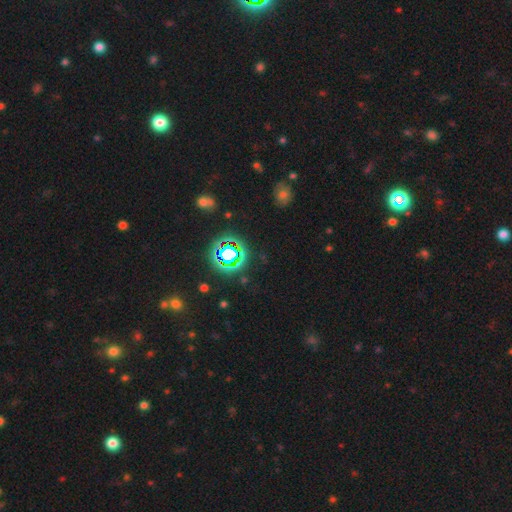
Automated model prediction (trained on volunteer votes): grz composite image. It shows a star or artifact, not a galaxy (76%).